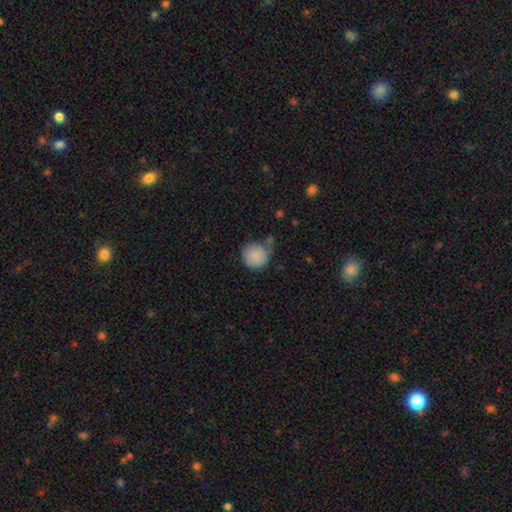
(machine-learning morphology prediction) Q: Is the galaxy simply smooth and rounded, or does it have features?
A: smooth — 87%.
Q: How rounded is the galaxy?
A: round — 91%.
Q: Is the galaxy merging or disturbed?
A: none — 59%.